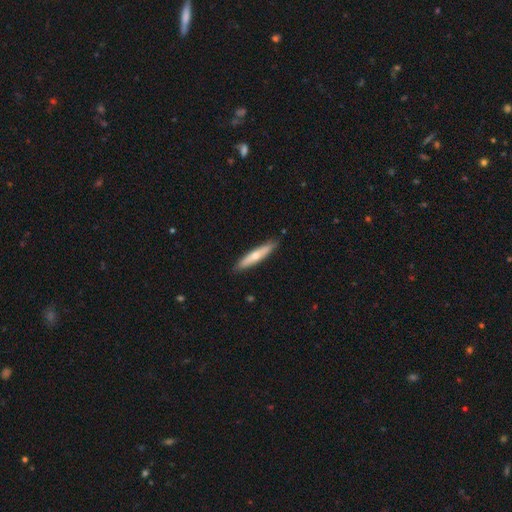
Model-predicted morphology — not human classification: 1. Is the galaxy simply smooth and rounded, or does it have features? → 55% smooth, 40% featured or disk, 5% star or artifact.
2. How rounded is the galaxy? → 87% cigar-shaped, 12% in between, 1% round.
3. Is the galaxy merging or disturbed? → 88% none, 9% minor disturbance, 2% major disturbance, 1% merger.